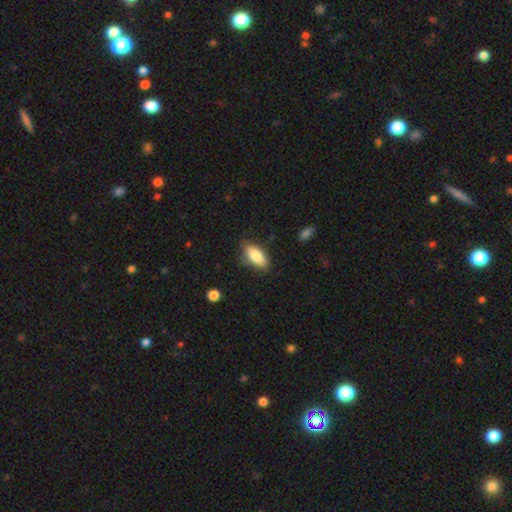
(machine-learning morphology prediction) The model was most divided on "merging": none: 80%, minor disturbance: 15%, major disturbance: 3%, merger: 2%. More confident: how rounded — in between (85%); smooth or featured — smooth (84%).